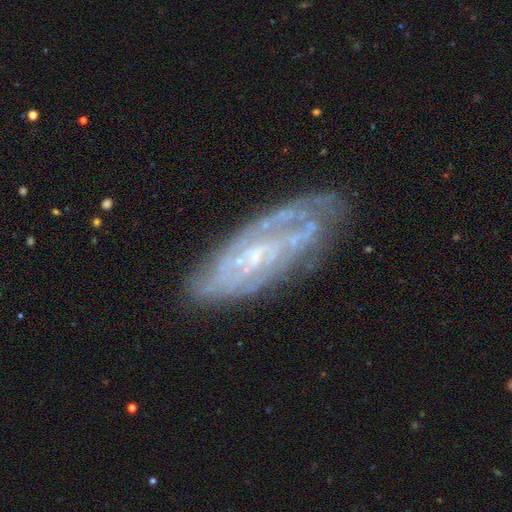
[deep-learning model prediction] Overall: featured or disk (79%). Edge-on disk: no (87%). Bar: no (57%; weak 34%). Spiral arms: yes (81%). Spiral arm count: can't tell (54%; 2 20%). Spiral winding: tight (60%; medium 30%). Bulge size: small (69%). Merging: none (70%).